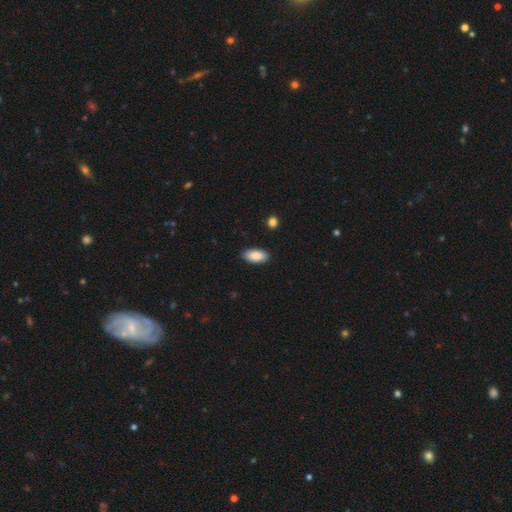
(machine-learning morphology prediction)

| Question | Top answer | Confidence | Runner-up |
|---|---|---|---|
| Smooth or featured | smooth | 89% | star or artifact (6%) |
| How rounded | in between | 93% | cigar-shaped (5%) |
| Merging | none | 89% | minor disturbance (8%) |